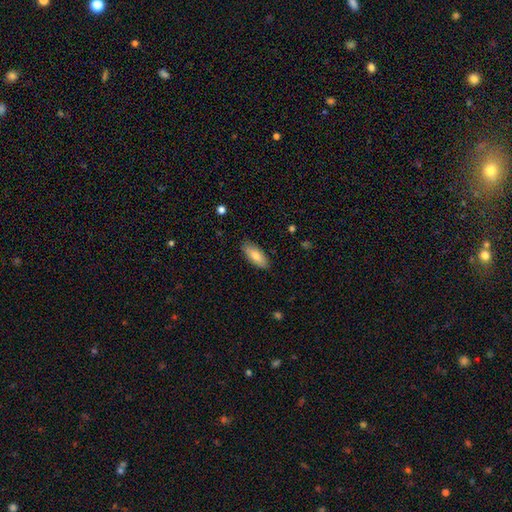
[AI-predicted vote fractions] Smooth or featured?
  - smooth: 76% *
  - featured or disk: 17%
  - star or artifact: 6%
How rounded?
  - in between: 81% *
  - cigar-shaped: 17%
  - round: 2%
Merging?
  - none: 86% *
  - minor disturbance: 11%
  - major disturbance: 2%
  - merger: 1%